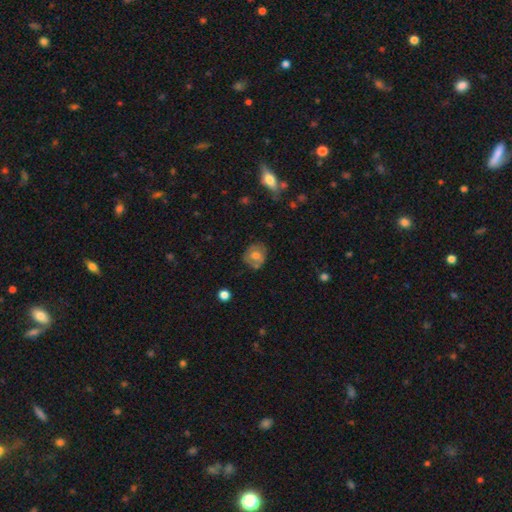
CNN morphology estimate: type=smooth (64%); roundness=round (75%); merging=none (64%).